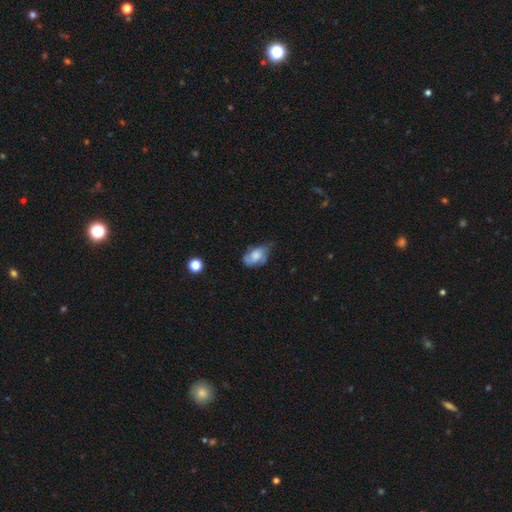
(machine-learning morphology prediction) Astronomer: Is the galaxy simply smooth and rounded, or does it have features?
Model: smooth — 47% (runner-up: featured or disk, 44%).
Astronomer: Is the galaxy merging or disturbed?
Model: none — 43% (runner-up: minor disturbance, 36%).